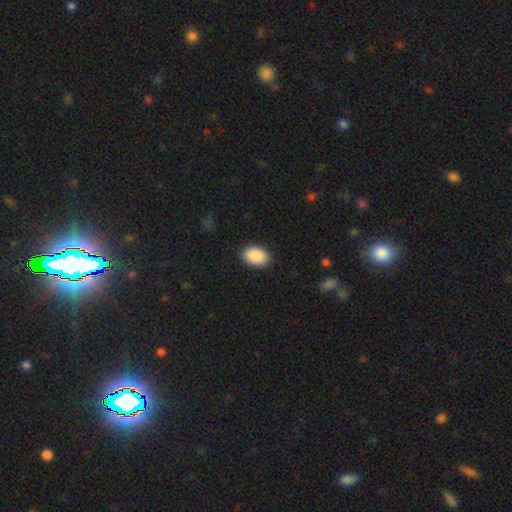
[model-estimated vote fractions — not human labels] Smooth or featured: smooth — 91% (star or artifact — 6%)
How rounded: in between — 88% (round — 11%)
Merging: none — 88% (minor disturbance — 9%)